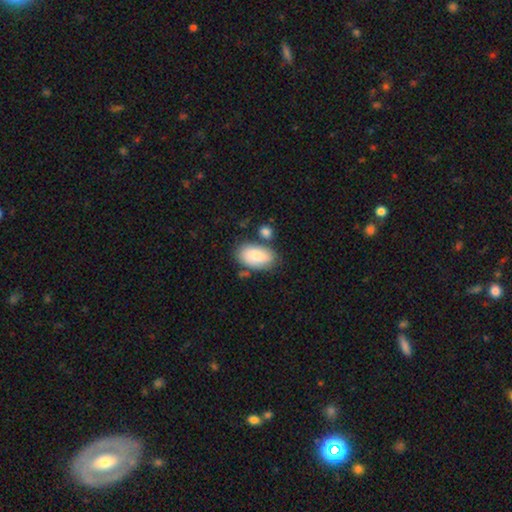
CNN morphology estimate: Smooth or featured? smooth (75%)
How rounded? in between (94%)
Merging? none (64%)